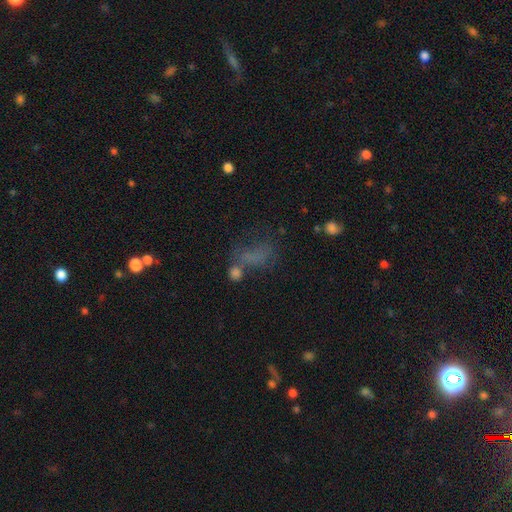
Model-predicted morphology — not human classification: Q: Smooth or featured?
A: smooth (54%); runner-up: star or artifact (25%)
Q: How rounded?
A: in between (75%); runner-up: round (19%)
Q: Merging?
A: none (33%); runner-up: major disturbance (27%)